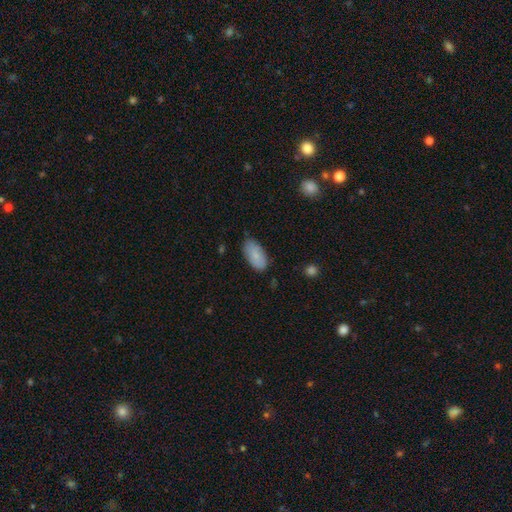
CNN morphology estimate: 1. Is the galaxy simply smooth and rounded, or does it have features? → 84% smooth, 9% featured or disk, 6% star or artifact.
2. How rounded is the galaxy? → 94% in between, 3% cigar-shaped, 2% round.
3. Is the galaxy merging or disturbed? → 76% none, 20% minor disturbance, 3% major disturbance, 1% merger.